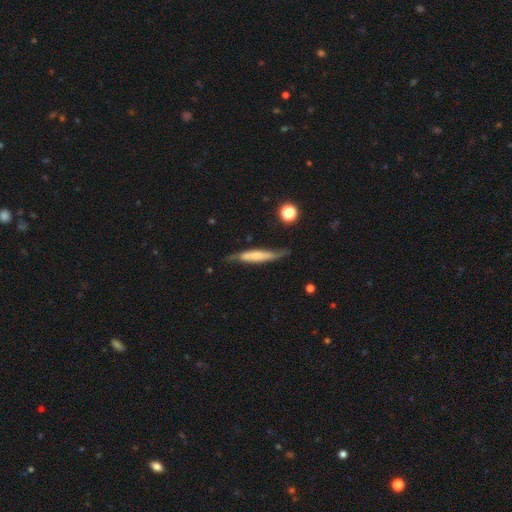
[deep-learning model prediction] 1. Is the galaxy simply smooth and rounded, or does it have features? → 47% featured or disk, 46% smooth, 6% star or artifact.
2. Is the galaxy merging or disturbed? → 62% none, 27% minor disturbance, 8% major disturbance, 3% merger.